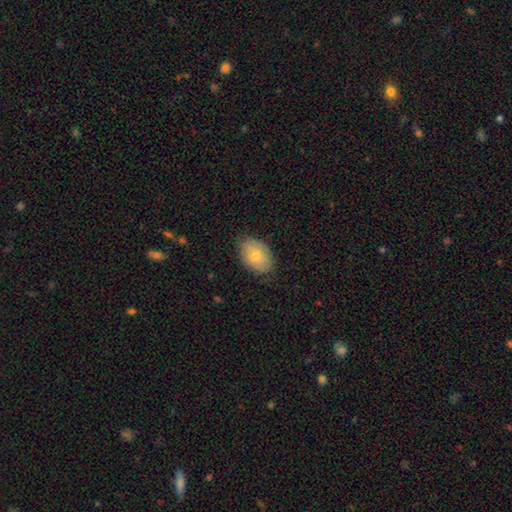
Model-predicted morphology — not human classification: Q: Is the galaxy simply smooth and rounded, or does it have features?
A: smooth — 74%.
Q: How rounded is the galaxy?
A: in between — 86%.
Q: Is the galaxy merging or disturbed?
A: none — 77%.